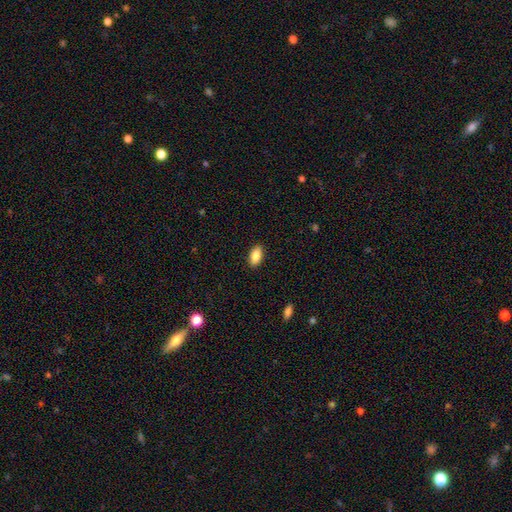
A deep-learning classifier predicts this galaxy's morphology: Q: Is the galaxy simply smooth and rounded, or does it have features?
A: smooth — 87%.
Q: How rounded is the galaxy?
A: in between — 93%.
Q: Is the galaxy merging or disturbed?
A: none — 90%.